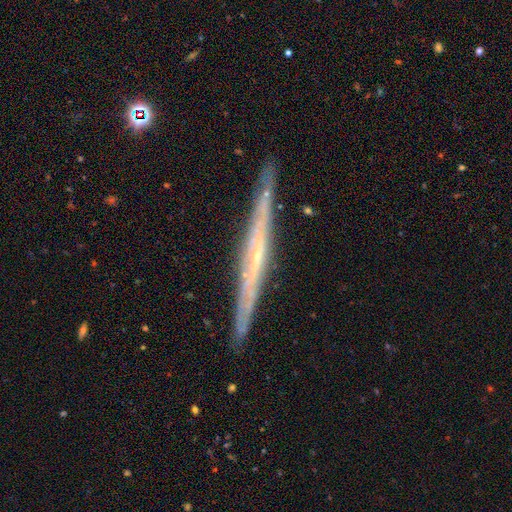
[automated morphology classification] A featured or disk galaxy (76%) viewed edge-on (96%) with no central bulge (69%). Merging: none (89%).